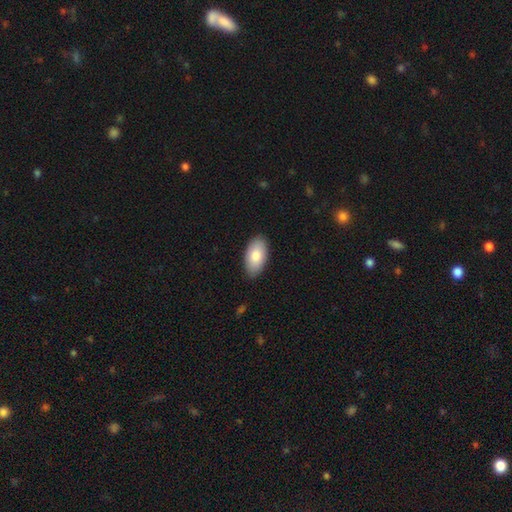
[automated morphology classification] Smooth or featured? Predicted: smooth (p=0.83). How rounded? Predicted: in between (p=0.96). Merging? Predicted: none (p=0.86).